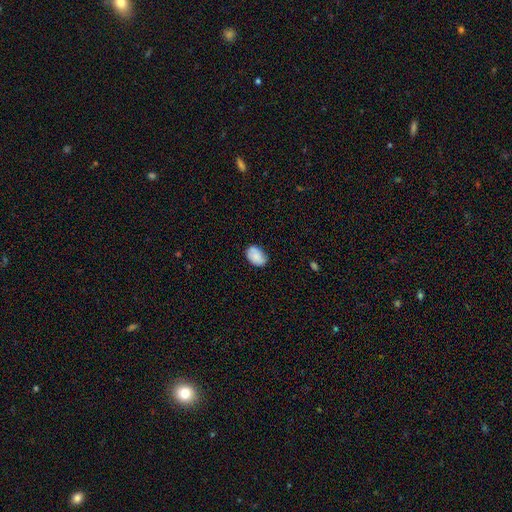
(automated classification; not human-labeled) Q: Smooth or featured?
A: smooth (84%); runner-up: featured or disk (9%)
Q: How rounded?
A: in between (86%); runner-up: round (13%)
Q: Merging?
A: none (74%); runner-up: minor disturbance (21%)